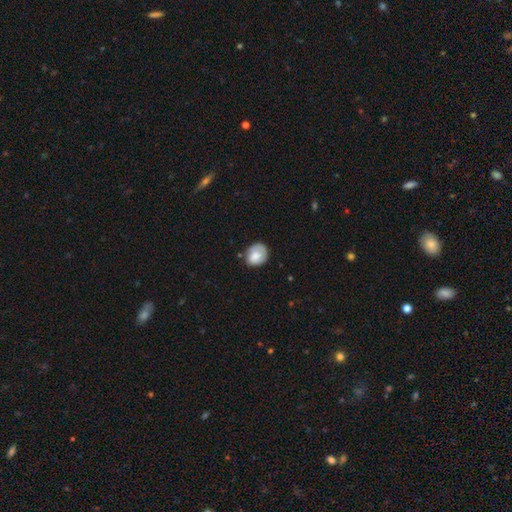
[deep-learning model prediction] Smooth or featured: smooth — 75% (featured or disk — 19%)
How rounded: round — 57% (in between — 42%)
Merging: none — 63% (minor disturbance — 27%)